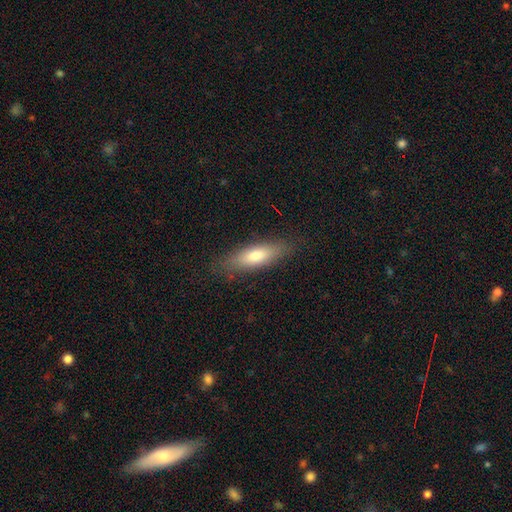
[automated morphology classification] Smooth or featured? Predicted: smooth (p=0.71). How rounded? Predicted: cigar-shaped (p=0.56). Merging? Predicted: none (p=0.84).